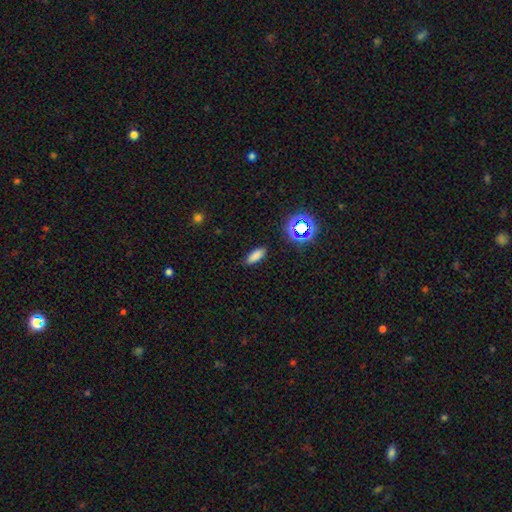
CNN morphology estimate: smooth-or-featured: smooth: 78% | star or artifact: 16% | featured or disk: 6%
  how-rounded: in between: 75% | cigar-shaped: 22% | round: 3%
  merging: none: 86% | minor disturbance: 10% | major disturbance: 3% | merger: 1%